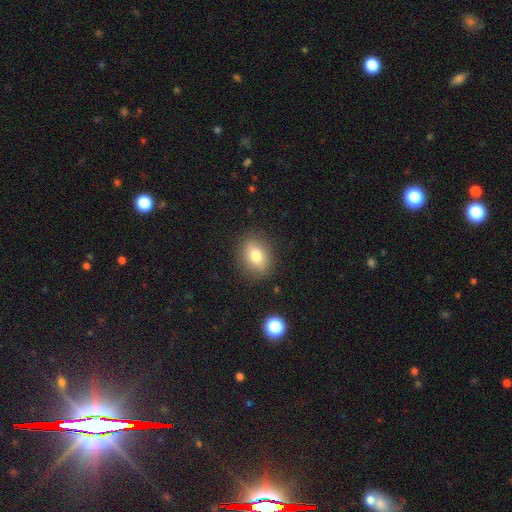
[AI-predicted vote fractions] The model was most divided on "how rounded": in between: 60%, round: 38%, cigar-shaped: 2%. More confident: merging — none (86%); smooth or featured — smooth (76%).